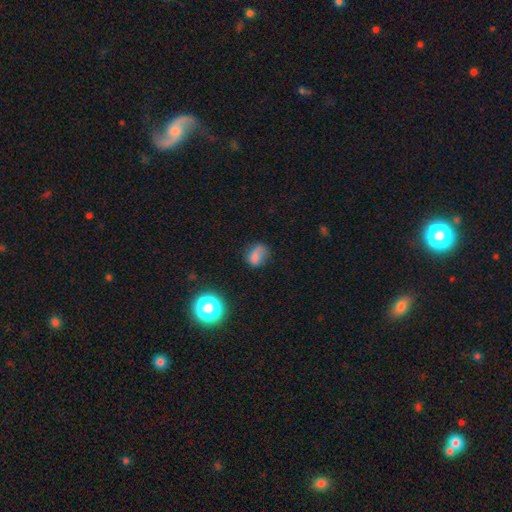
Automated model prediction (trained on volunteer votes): Smooth or featured? smooth (72%)
How rounded? in between (64%)
Merging? none (49%)